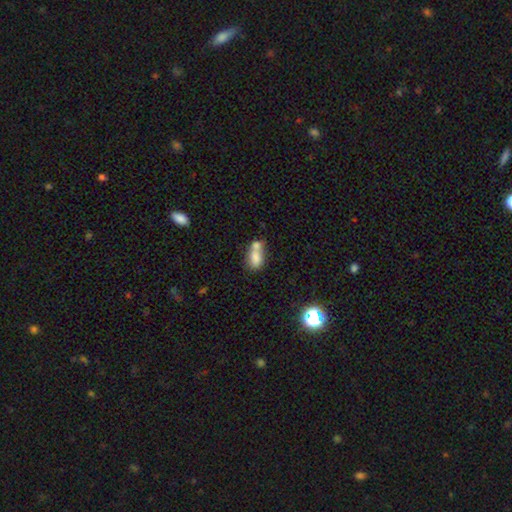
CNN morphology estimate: smooth 75%, featured or disk 15%, star or artifact 10%. Down the decision tree: how rounded — in between (80%); merging — merger (60%).